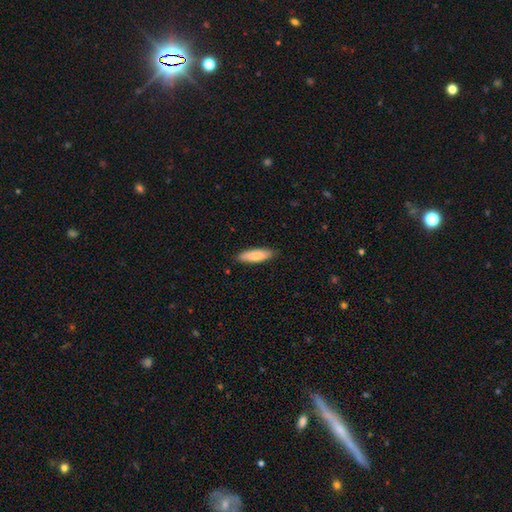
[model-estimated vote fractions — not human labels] Smooth or featured? smooth (83%)
How rounded? cigar-shaped (52%)
Merging? none (87%)